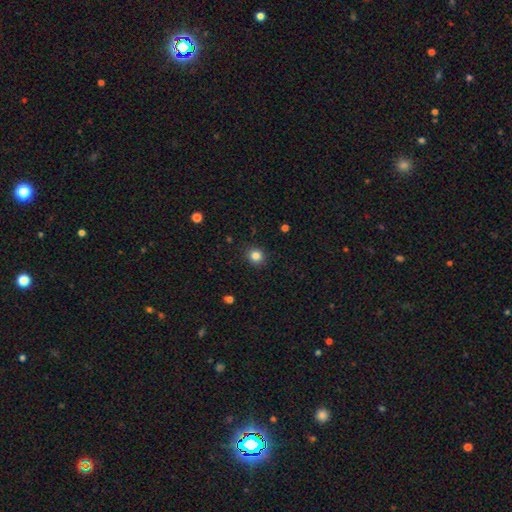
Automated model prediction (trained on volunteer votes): smooth_or_featured: smooth (p=0.84) [alt: star or artifact p=0.12]
how_rounded: round (p=0.87) [alt: in between p=0.12]
merging: none (p=0.90) [alt: minor disturbance p=0.07]